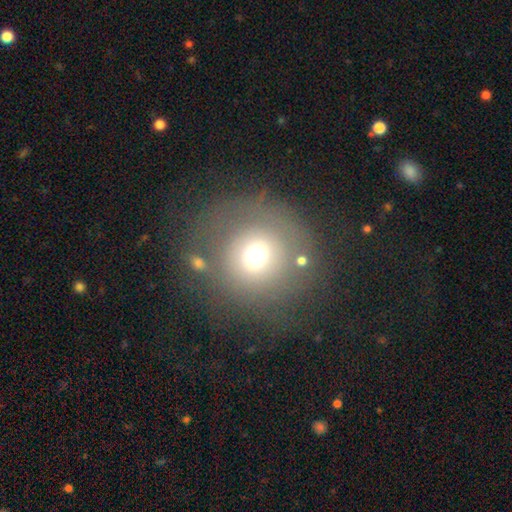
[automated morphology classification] smooth 61%, featured or disk 24%, star or artifact 15%. Down the decision tree: how rounded — round (92%); merging — none (63%).